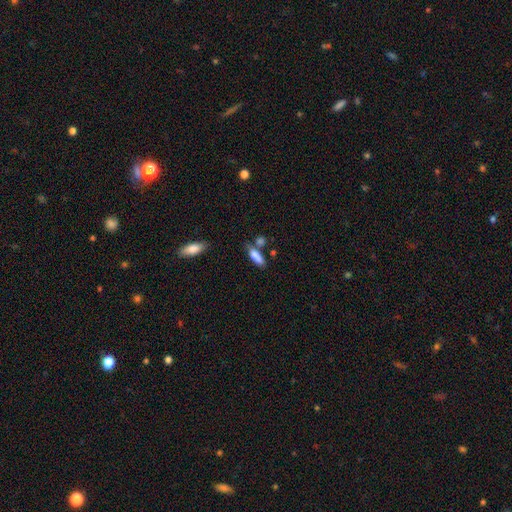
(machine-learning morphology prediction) Smooth or featured? smooth (80%)
How rounded? in between (55%)
Merging? none (51%)